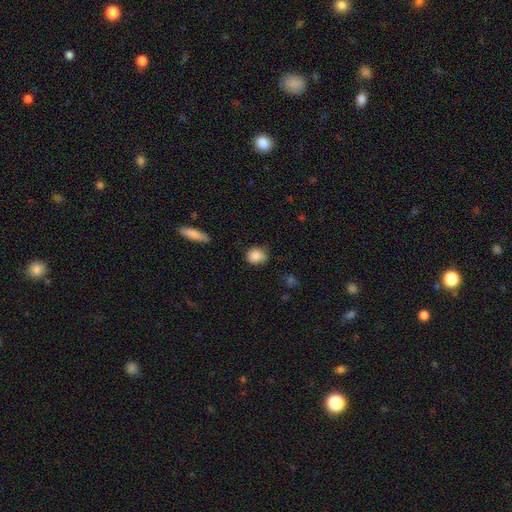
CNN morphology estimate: Smooth or featured? smooth (87%)
How rounded? round (70%)
Merging? none (71%)